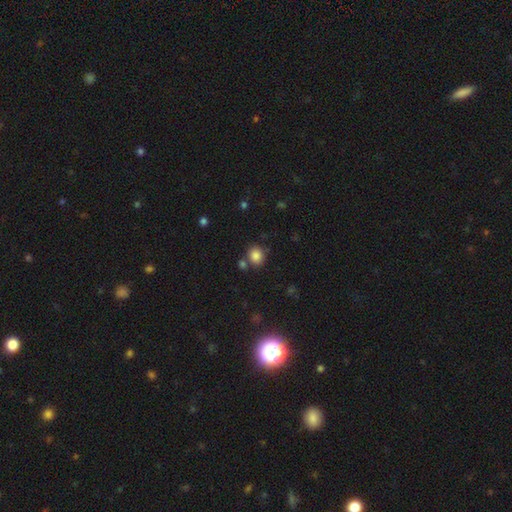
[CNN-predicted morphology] Smooth or featured?
  - smooth: 84% *
  - star or artifact: 11%
  - featured or disk: 6%
How rounded?
  - round: 73% *
  - in between: 26%
  - cigar-shaped: 1%
Merging?
  - none: 73% *
  - merger: 13%
  - minor disturbance: 11%
  - major disturbance: 3%